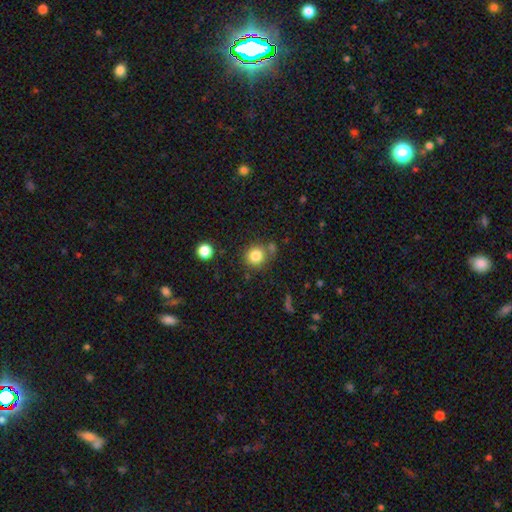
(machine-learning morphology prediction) This is clearly a smooth galaxy (82%). How rounded: clearly round (87%). Merging: likely none (73%).